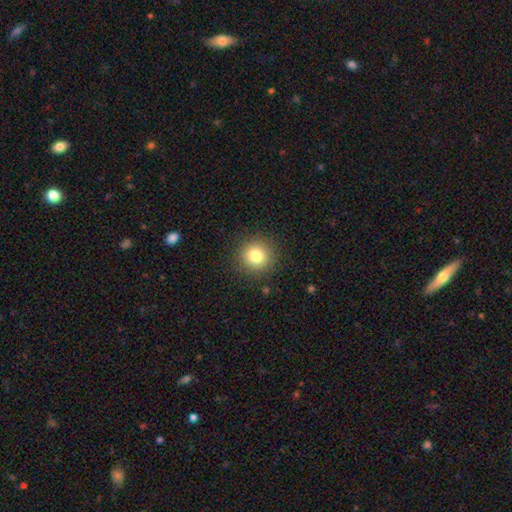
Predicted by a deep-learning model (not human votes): This is clearly a smooth galaxy (80%). How rounded: clearly round (94%). Merging: clearly none (90%).